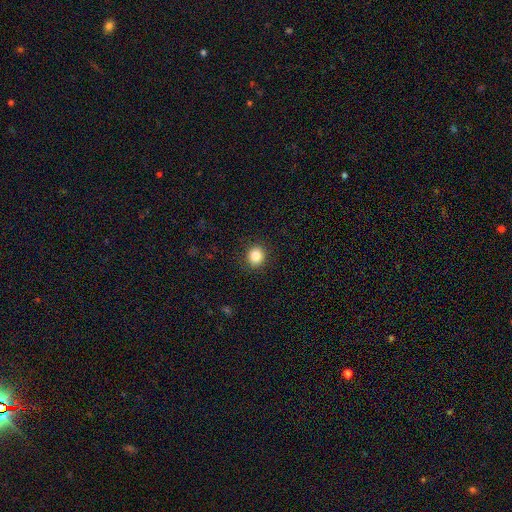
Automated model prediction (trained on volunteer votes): A smooth galaxy with no disk features (85%) that is round (80%).

Vote fractions:
- Smooth or featured? smooth: 85% / star or artifact: 10% / featured or disk: 5%
- How rounded? round: 80% / in between: 19% / cigar-shaped: 1%
- Merging? none: 90% / minor disturbance: 7% / major disturbance: 2% / merger: 1%